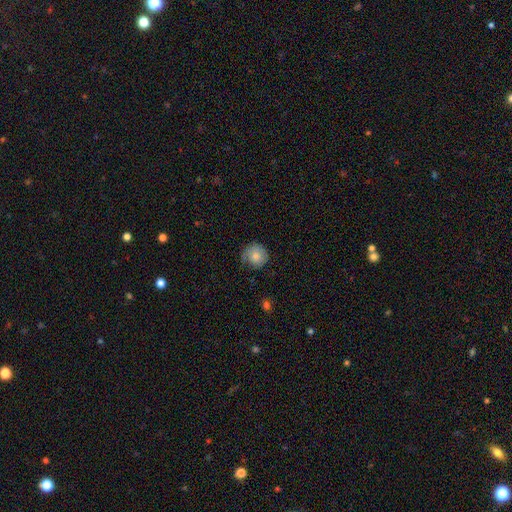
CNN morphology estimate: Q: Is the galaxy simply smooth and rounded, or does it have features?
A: smooth — 76%.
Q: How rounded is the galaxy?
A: round — 89%.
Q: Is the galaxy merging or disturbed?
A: none — 59%.